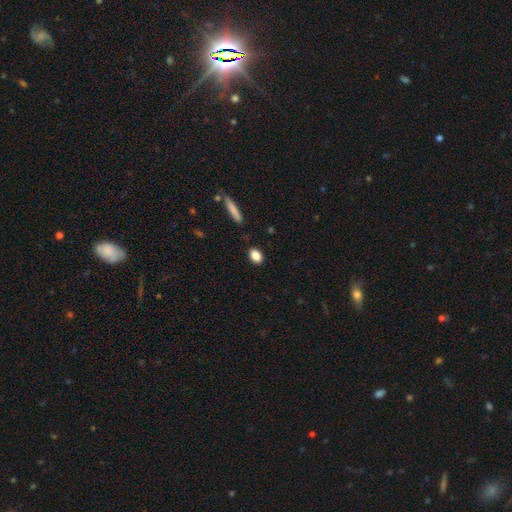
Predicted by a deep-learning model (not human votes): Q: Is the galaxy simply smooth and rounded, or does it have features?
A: smooth — 86%.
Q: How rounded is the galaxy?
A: in between — 81%.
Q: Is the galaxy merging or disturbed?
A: none — 87%.